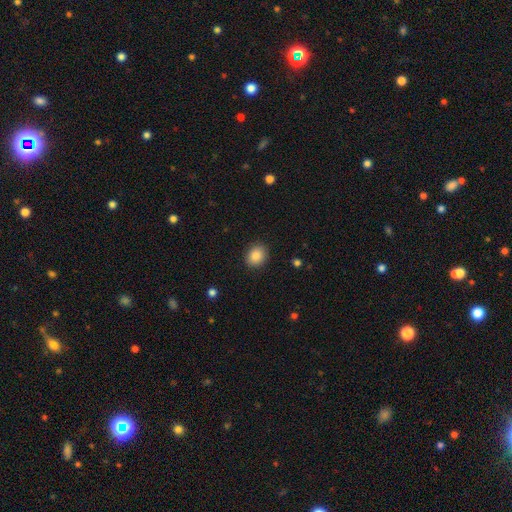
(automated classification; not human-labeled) Smooth or featured?
  - smooth: 87% *
  - star or artifact: 9%
  - featured or disk: 5%
How rounded?
  - round: 59% *
  - in between: 40%
  - cigar-shaped: 1%
Merging?
  - none: 89% *
  - minor disturbance: 8%
  - major disturbance: 2%
  - merger: 1%